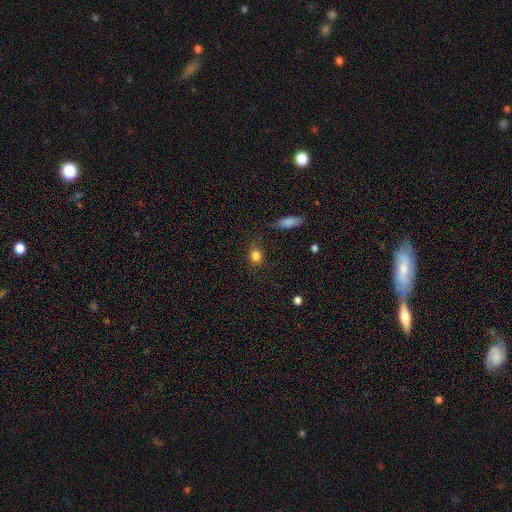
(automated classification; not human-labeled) A smooth galaxy with no disk features (84%) that is round (56%). Merging: none (77%).